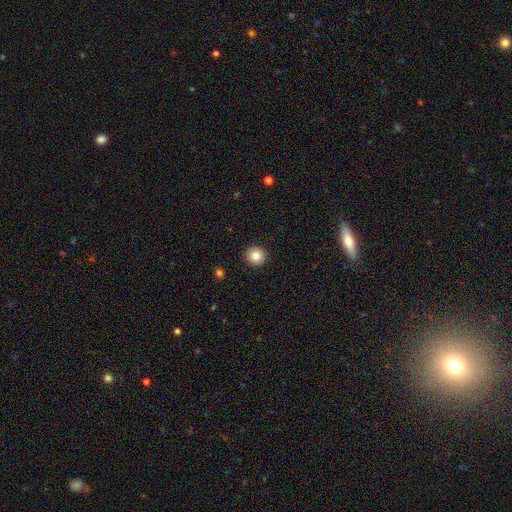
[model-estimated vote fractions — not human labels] This appears to be a smooth galaxy with no disk features (85%) that is round (94%). Merging: none (93%).